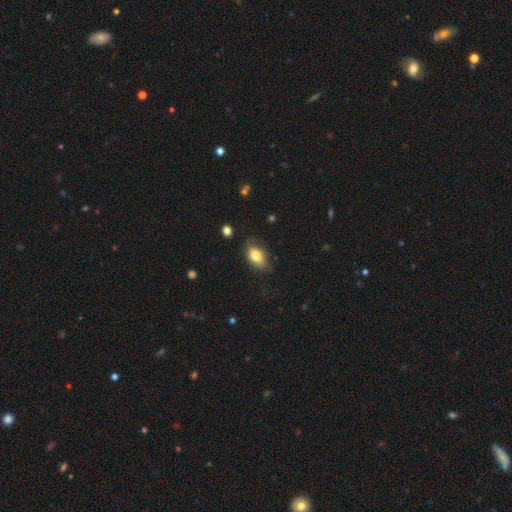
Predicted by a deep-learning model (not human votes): Overall: smooth (80%). How rounded: in between (87%). Merging: none (67%).